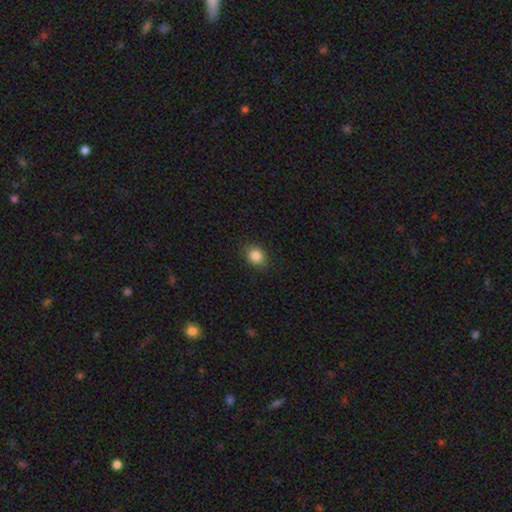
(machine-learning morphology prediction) Smooth or featured? Predicted: smooth (p=0.84). How rounded? Predicted: round (p=0.53). Merging? Predicted: none (p=0.85).